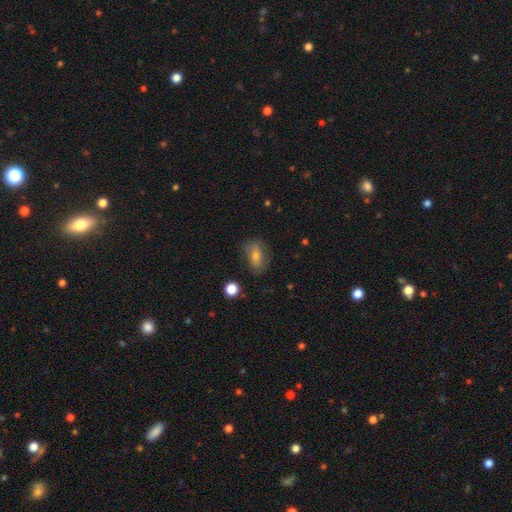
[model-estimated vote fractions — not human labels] This is likely a smooth galaxy (66%). How rounded: clearly in between (81%). Merging: likely none (71%).